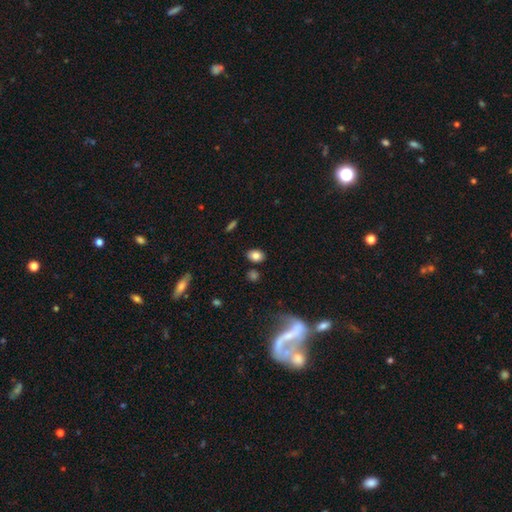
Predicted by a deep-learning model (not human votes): This appears to be a smooth galaxy with no disk features (83%) that is in between round and cigar-shaped (74%). Merging: none (83%).